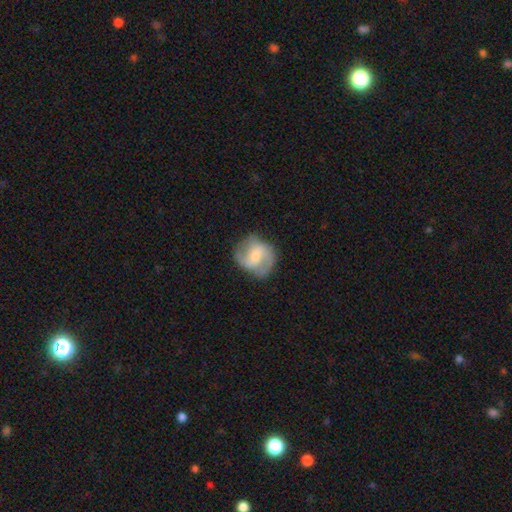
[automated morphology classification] featured or disk 69%, smooth 25%, star or artifact 6%. Down the decision tree: edge-on disk — no (97%); bar — weak (51%); spiral arms — yes (91%); spiral arm count — 2 (82%); spiral winding — medium (49%); bulge size — moderate (45%); merging — none (74%).